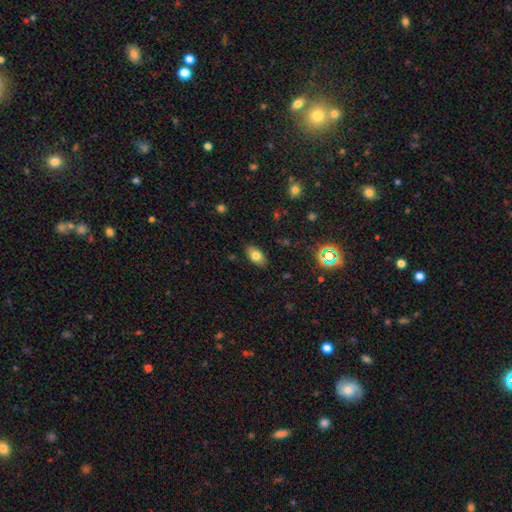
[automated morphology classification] Smooth or featured? smooth (77%)
How rounded? in between (91%)
Merging? none (86%)